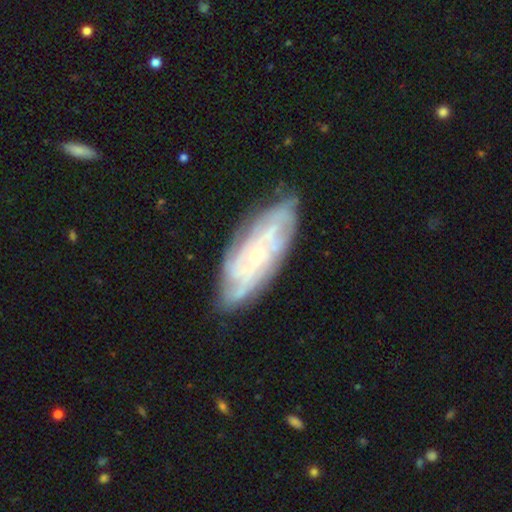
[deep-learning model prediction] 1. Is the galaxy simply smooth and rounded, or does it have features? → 81% featured or disk, 13% smooth, 6% star or artifact.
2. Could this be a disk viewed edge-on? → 90% no, 10% yes.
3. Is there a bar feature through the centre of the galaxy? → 74% no, 20% weak, 5% strong.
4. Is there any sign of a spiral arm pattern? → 93% yes, 7% no.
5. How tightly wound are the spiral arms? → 68% tight, 26% medium, 6% loose.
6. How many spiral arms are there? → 38% can't tell, 22% 4, 15% 3, 10% 2, 9% more than 4, 5% 1.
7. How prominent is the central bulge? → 74% small, 22% moderate, 2% none, 1% large, 1% dominant.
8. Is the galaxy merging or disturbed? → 77% none, 17% minor disturbance, 4% major disturbance, 2% merger.